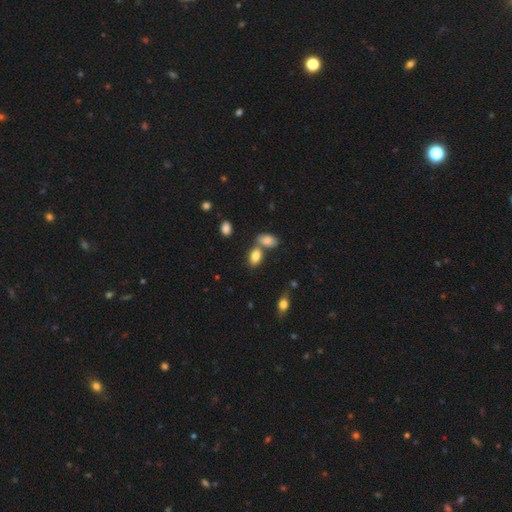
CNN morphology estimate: smooth 84%, star or artifact 9%, featured or disk 7%. Down the decision tree: how rounded — in between (89%); merging — none (55%).